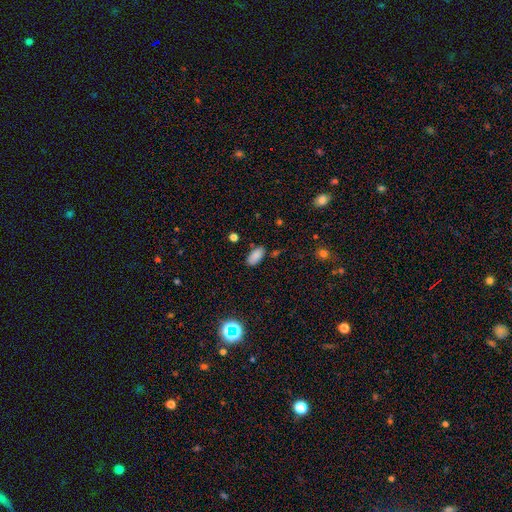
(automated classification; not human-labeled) Morphology: type=smooth (85%); roundness=in between (92%); merging=none (80%).